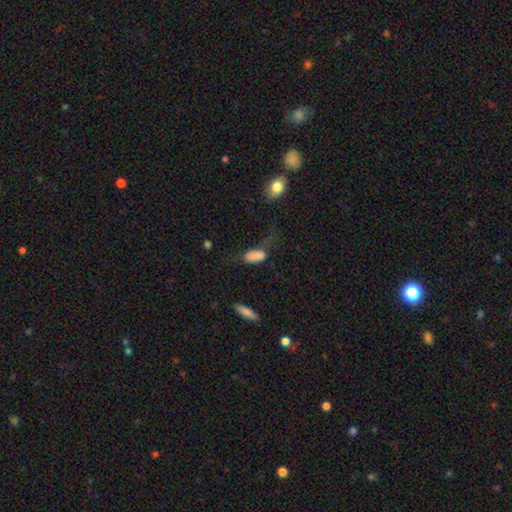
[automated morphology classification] Smooth or featured?
  - smooth: 82% *
  - featured or disk: 9%
  - star or artifact: 9%
How rounded?
  - in between: 82% *
  - cigar-shaped: 14%
  - round: 4%
Merging?
  - major disturbance: 34% *
  - none: 33%
  - minor disturbance: 27%
  - merger: 6%